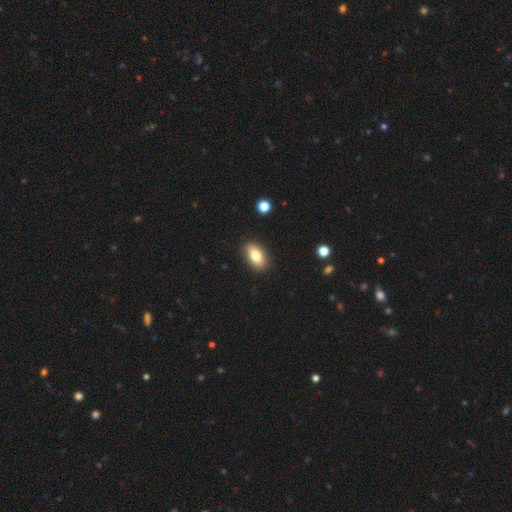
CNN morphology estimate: smooth_or_featured: smooth (p=0.80) [alt: featured or disk p=0.12]
how_rounded: in between (p=0.89) [alt: cigar-shaped p=0.06]
merging: none (p=0.89) [alt: minor disturbance p=0.08]